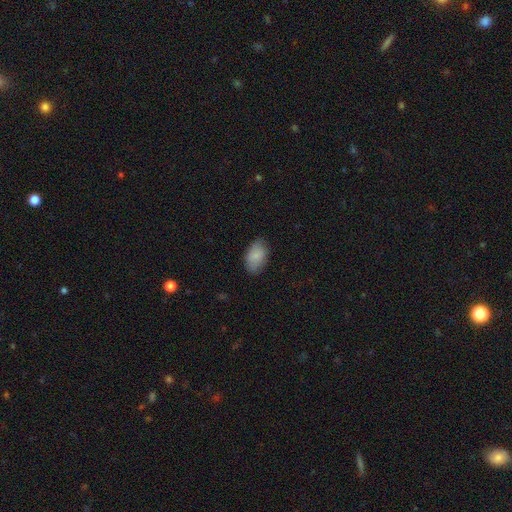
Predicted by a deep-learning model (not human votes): This appears to be a smooth galaxy with no disk features (83%) that is in between round and cigar-shaped (92%). Merging: none (78%).